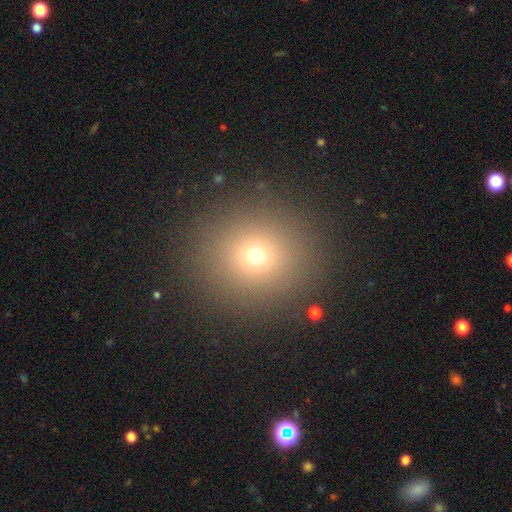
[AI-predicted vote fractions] The model was most divided on "smooth or featured": smooth: 68%, star or artifact: 22%, featured or disk: 10%. More confident: how rounded — round (90%); merging — none (89%).